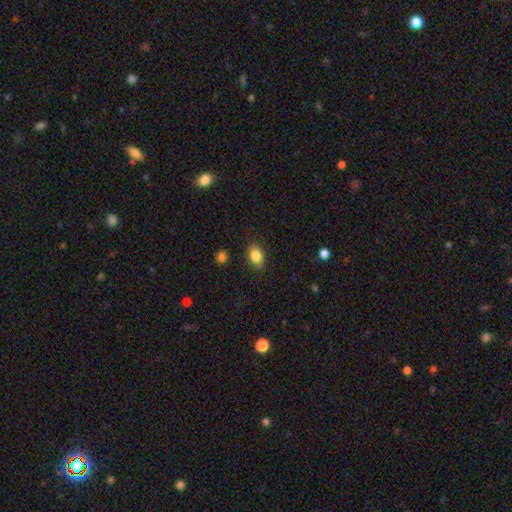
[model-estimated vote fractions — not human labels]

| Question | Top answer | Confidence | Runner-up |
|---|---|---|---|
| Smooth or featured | smooth | 85% | star or artifact (9%) |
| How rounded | in between | 76% | round (23%) |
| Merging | none | 83% | minor disturbance (13%) |